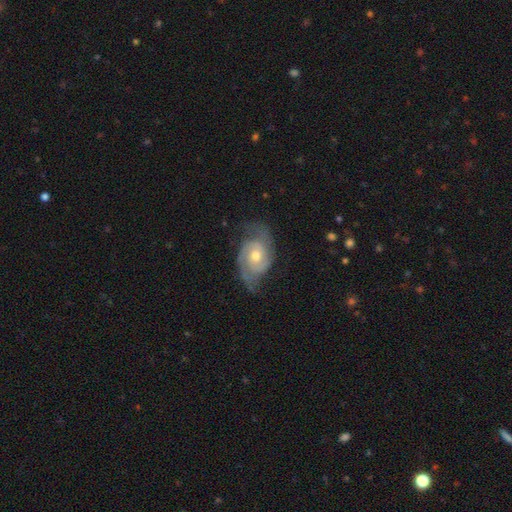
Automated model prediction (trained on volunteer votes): Smooth or featured? featured or disk (86%)
Edge-on disk? no (97%)
Bar? no (68%)
Spiral arms? yes (96%)
Spiral winding? medium (46%)
Spiral arm count? 2 (80%)
Bulge size? moderate (63%)
Merging? none (65%)